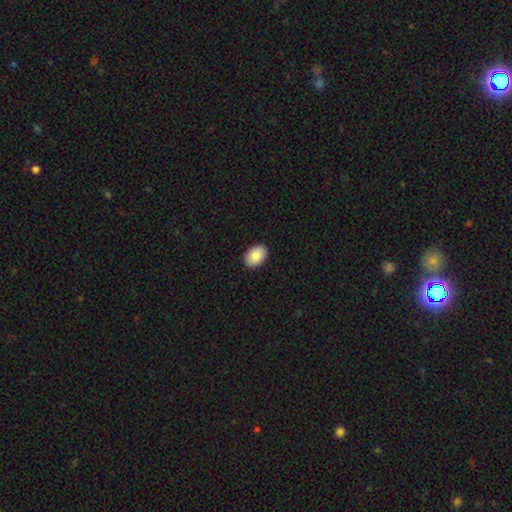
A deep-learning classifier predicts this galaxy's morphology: Q: Smooth or featured?
A: smooth (85%); runner-up: featured or disk (8%)
Q: How rounded?
A: in between (84%); runner-up: round (15%)
Q: Merging?
A: none (91%); runner-up: minor disturbance (6%)